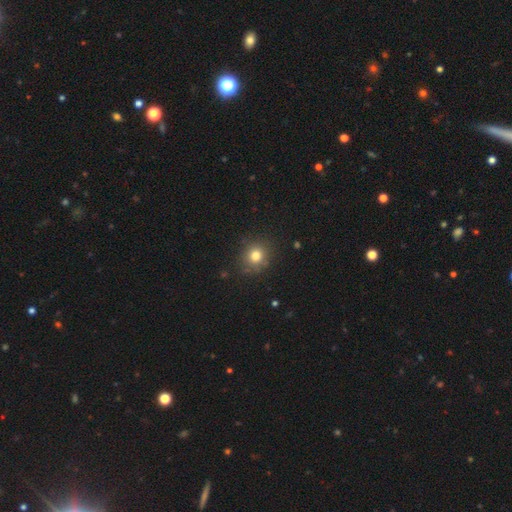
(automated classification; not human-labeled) Smooth or featured? Predicted: smooth (p=0.79). How rounded? Predicted: round (p=0.87). Merging? Predicted: none (p=0.86).